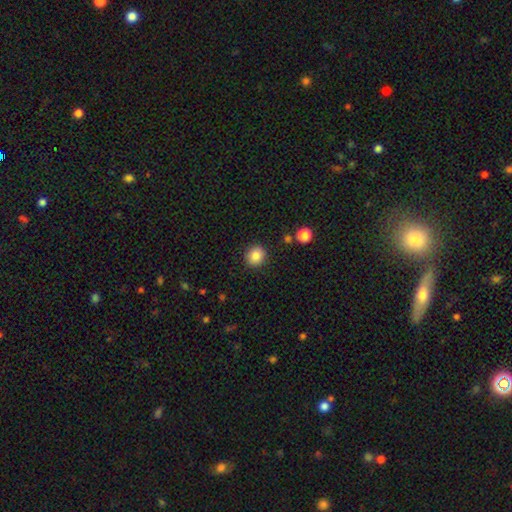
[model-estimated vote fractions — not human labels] Smooth or featured: smooth — 85% (star or artifact — 10%)
How rounded: round — 86% (in between — 13%)
Merging: none — 90% (minor disturbance — 6%)